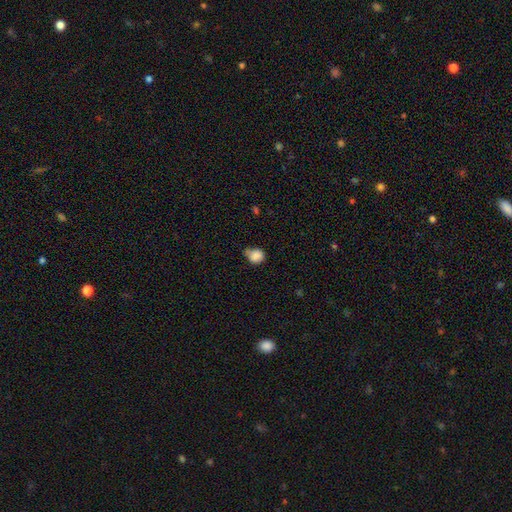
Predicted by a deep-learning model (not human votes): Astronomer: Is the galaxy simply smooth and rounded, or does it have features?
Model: smooth — 85%.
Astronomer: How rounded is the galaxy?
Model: round — 75%.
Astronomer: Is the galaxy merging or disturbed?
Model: none — 45% (runner-up: minor disturbance, 37%).